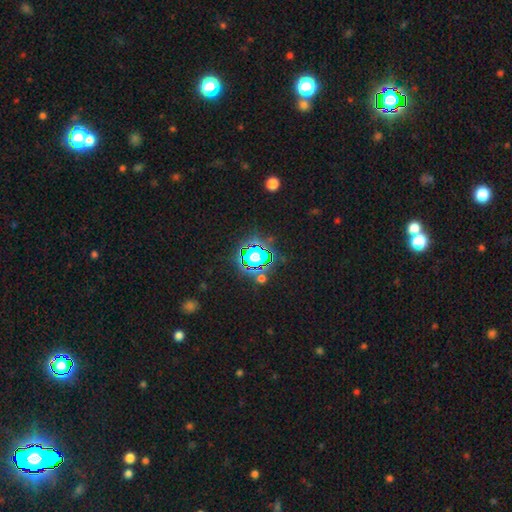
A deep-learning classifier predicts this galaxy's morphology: This appears to be a star or artifact, not a galaxy (67%).